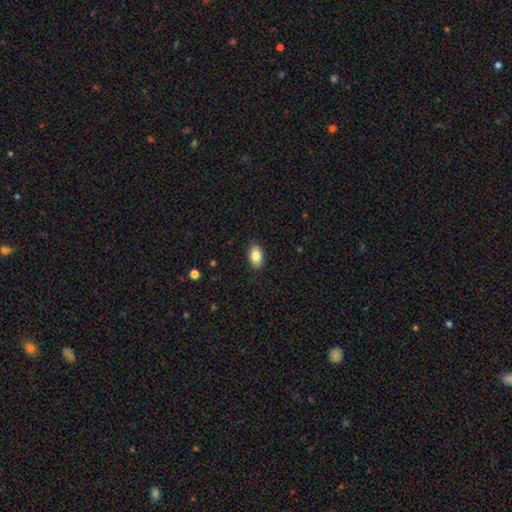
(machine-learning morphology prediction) Smooth or featured: smooth — 86% (star or artifact — 7%)
How rounded: in between — 92% (round — 6%)
Merging: none — 88% (minor disturbance — 9%)